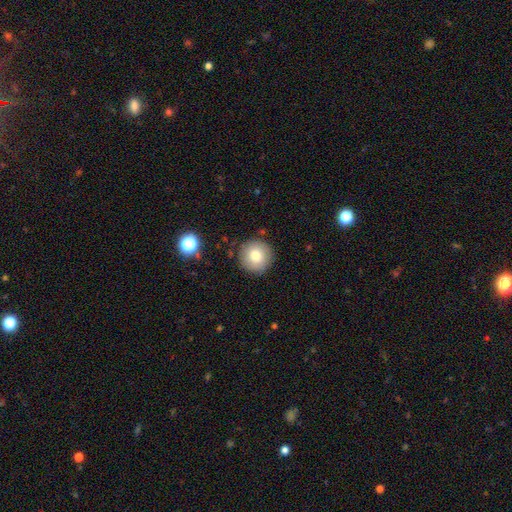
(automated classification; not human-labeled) smooth 78%, featured or disk 12%, star or artifact 10%. Down the decision tree: how rounded — round (95%); merging — none (87%).